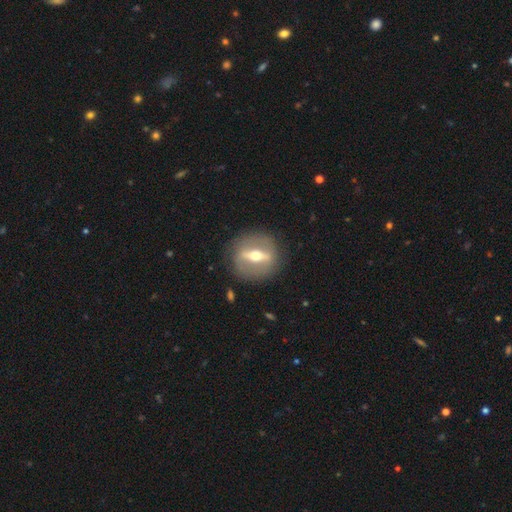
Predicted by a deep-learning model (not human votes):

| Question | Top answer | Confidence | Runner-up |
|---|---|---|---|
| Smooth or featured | featured or disk | 76% | smooth (18%) |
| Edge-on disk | no | 59% | yes (41%) |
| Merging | none | 86% | minor disturbance (8%) |